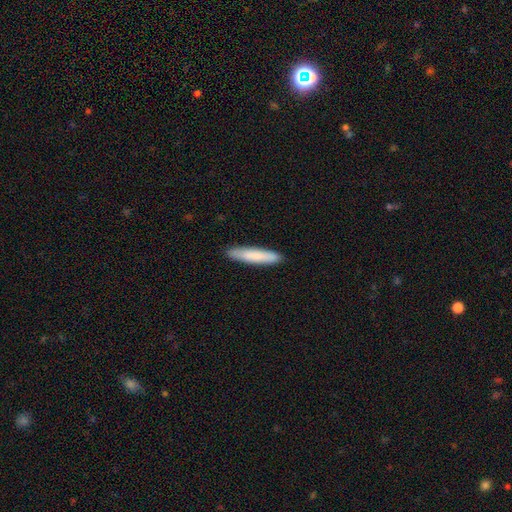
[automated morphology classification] smooth-or-featured: smooth: 81% | featured or disk: 14% | star or artifact: 5%
  how-rounded: cigar-shaped: 90% | in between: 9% | round: 1%
  merging: none: 90% | minor disturbance: 7% | major disturbance: 1% | merger: 1%